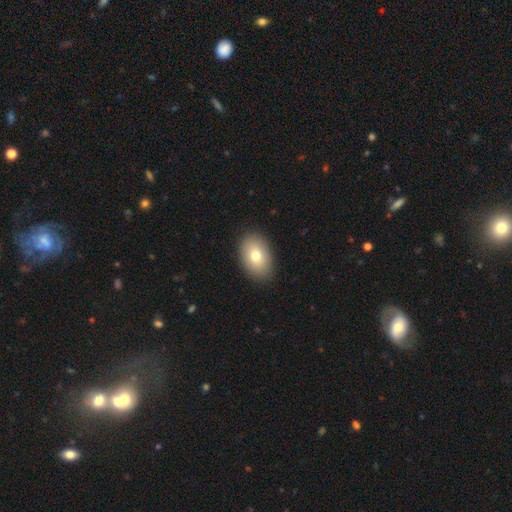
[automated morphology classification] The model was most divided on "smooth or featured": smooth: 77%, featured or disk: 15%, star or artifact: 8%. More confident: merging — none (88%); how rounded — in between (85%).